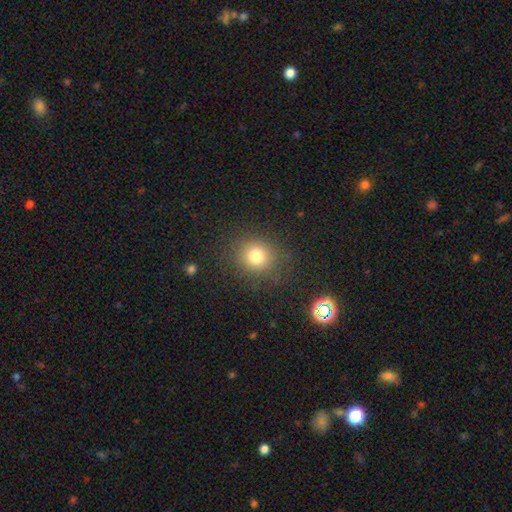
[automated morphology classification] This appears to be a smooth galaxy with no disk features (77%) that is round (83%). Merging: none (84%).